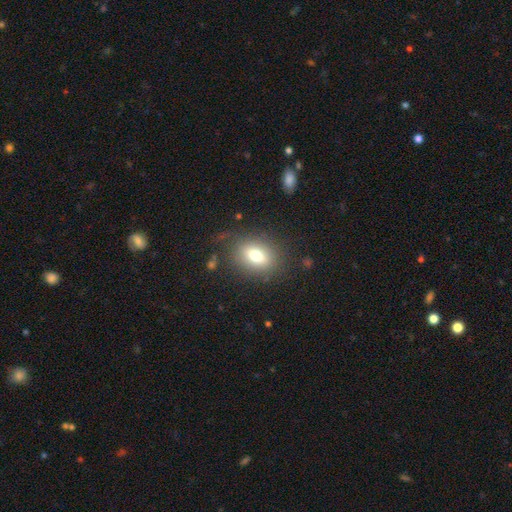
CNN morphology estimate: This is likely a smooth galaxy (72%). How rounded: likely in between (68%). Merging: likely none (79%).